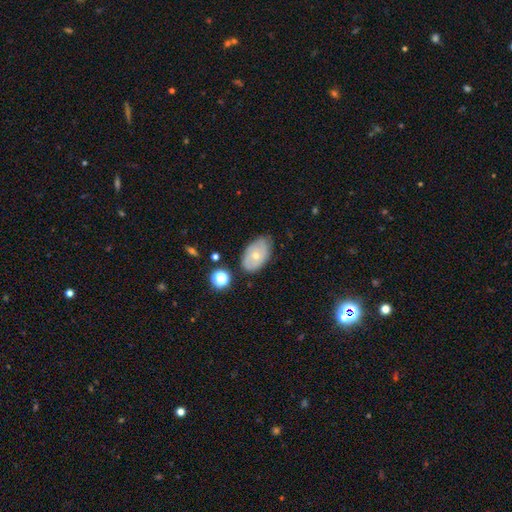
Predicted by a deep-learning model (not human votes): A smooth galaxy with no disk features (53%) that is in between round and cigar-shaped (88%). Merging: none (71%).